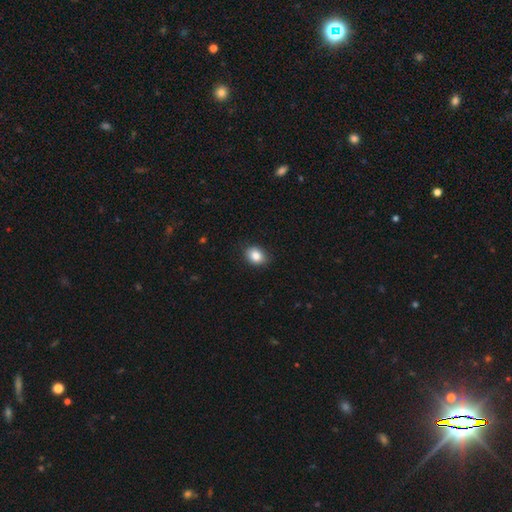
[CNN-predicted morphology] Smooth or featured? smooth (85%)
How rounded? in between (57%)
Merging? none (84%)